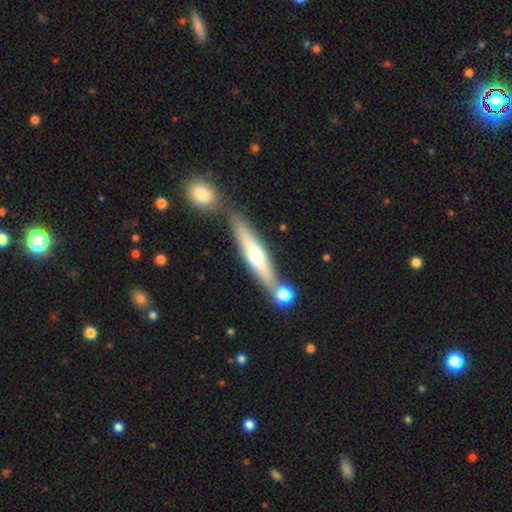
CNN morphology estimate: Smooth or featured? Predicted: featured or disk (p=0.51). Edge-on disk? Predicted: yes (p=0.90). Merging? Predicted: none (p=0.69).